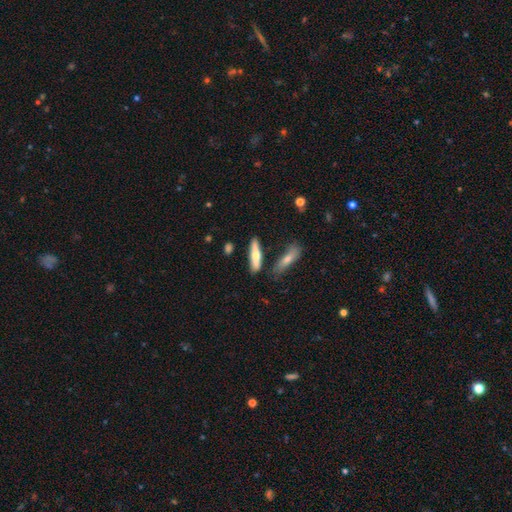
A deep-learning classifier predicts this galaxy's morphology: The model was most divided on "smooth or featured": smooth: 56%, featured or disk: 38%, star or artifact: 6%. More confident: how rounded — cigar-shaped (78%); merging — none (77%).